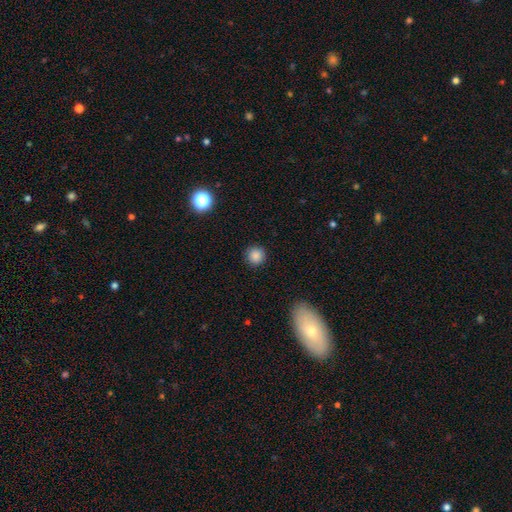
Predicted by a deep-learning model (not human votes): This is clearly a smooth galaxy (86%). How rounded: clearly round (95%). Merging: clearly none (92%).